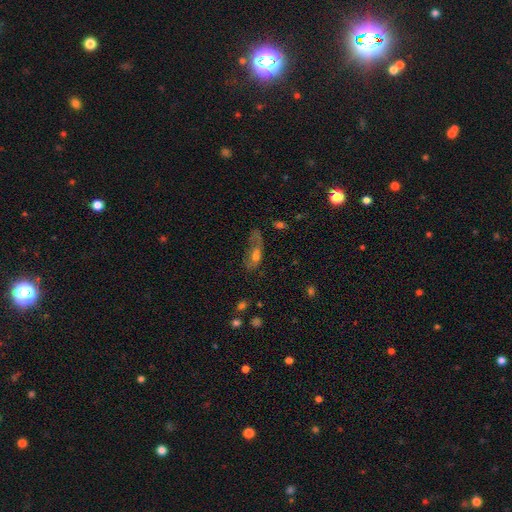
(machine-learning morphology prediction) smooth_or_featured: smooth (p=0.46) [alt: featured or disk p=0.39]
merging: major disturbance (p=0.39) [alt: none p=0.33]